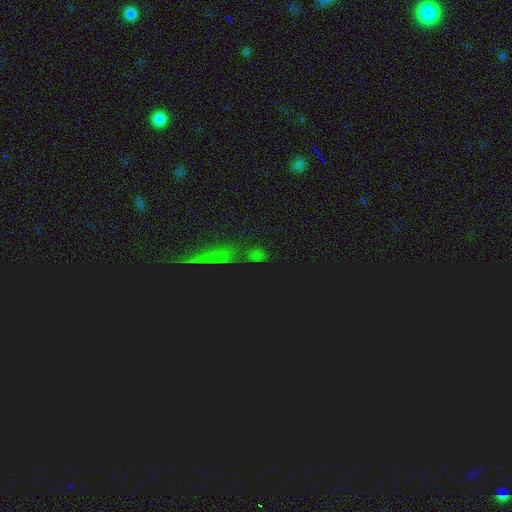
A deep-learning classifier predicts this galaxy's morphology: smooth_or_featured: star or artifact (p=0.76) [alt: smooth p=0.16]